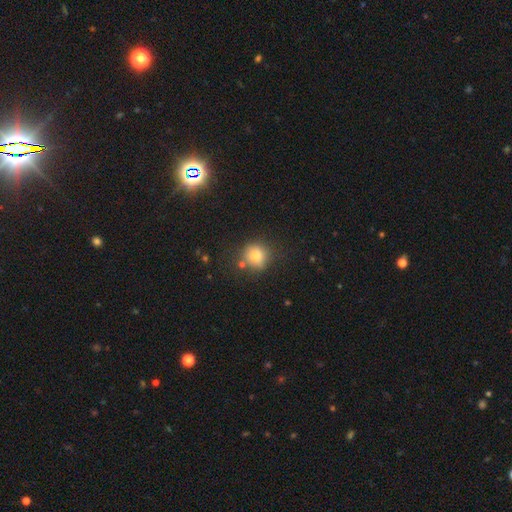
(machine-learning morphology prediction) Smooth or featured?
  - smooth: 79% *
  - star or artifact: 12%
  - featured or disk: 9%
How rounded?
  - round: 88% *
  - in between: 11%
  - cigar-shaped: 1%
Merging?
  - none: 74% *
  - minor disturbance: 14%
  - merger: 7%
  - major disturbance: 4%